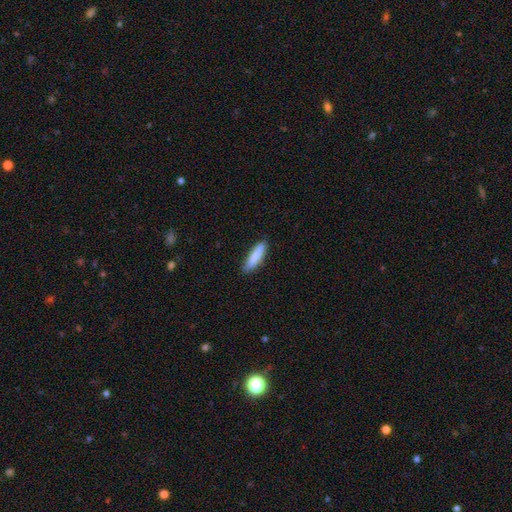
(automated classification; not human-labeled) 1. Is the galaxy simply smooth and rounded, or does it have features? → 86% smooth, 8% featured or disk, 6% star or artifact.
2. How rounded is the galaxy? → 78% cigar-shaped, 20% in between, 1% round.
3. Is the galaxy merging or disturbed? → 88% none, 9% minor disturbance, 2% major disturbance, 1% merger.